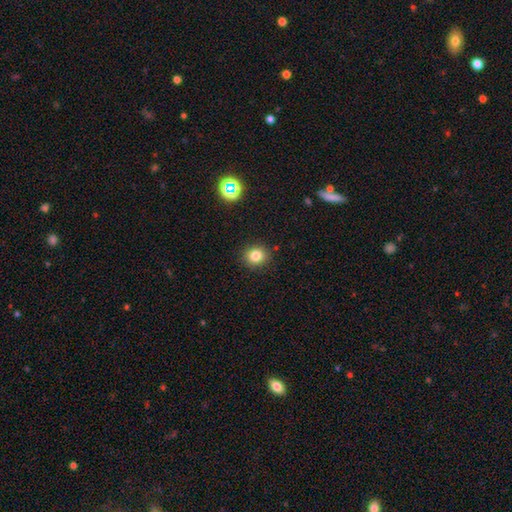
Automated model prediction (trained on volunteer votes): smooth_or_featured: smooth (p=0.81) [alt: star or artifact p=0.13]
how_rounded: round (p=0.83) [alt: in between p=0.16]
merging: none (p=0.90) [alt: minor disturbance p=0.07]